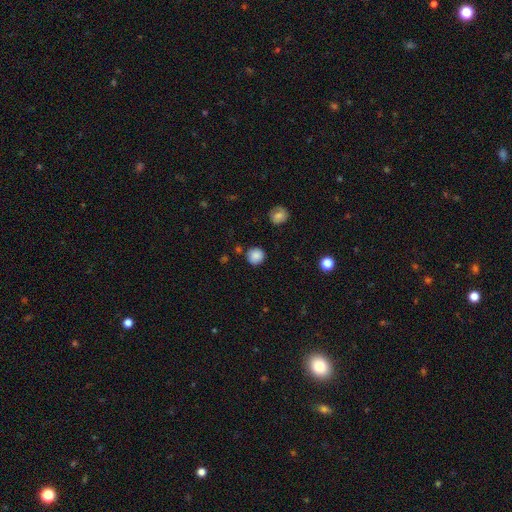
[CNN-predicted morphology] This appears to be a smooth galaxy with no disk features (86%) that is round (92%). Merging: none (86%).